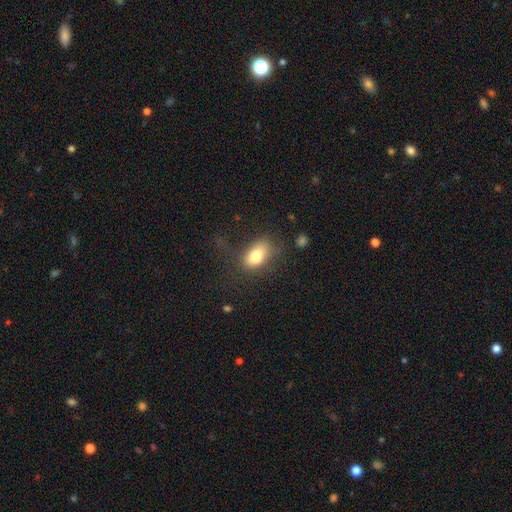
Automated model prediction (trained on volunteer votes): Morphology: type=smooth (79%); roundness=in between (89%); merging=none (58%).